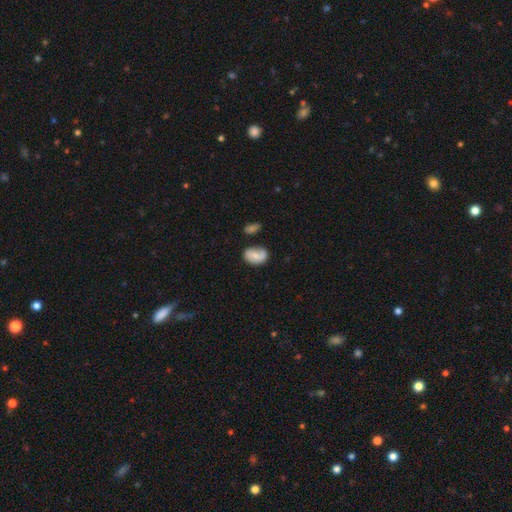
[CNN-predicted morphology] Overall: smooth (52%; featured or disk 40%). How rounded: in between (73%). Merging: none (57%; minor disturbance 27%).